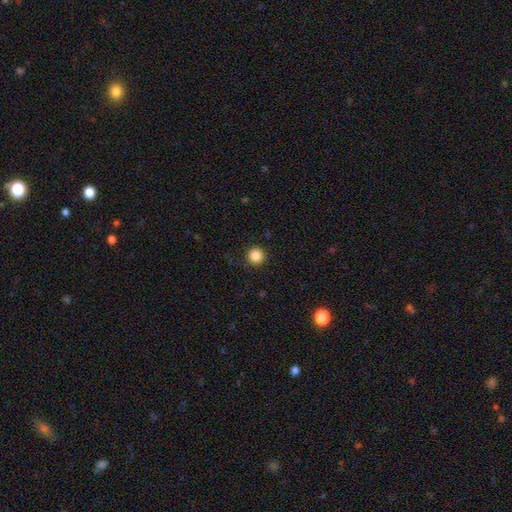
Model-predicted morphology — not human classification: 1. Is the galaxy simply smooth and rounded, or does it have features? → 86% smooth, 11% star or artifact, 4% featured or disk.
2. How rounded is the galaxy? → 96% round, 4% in between, 1% cigar-shaped.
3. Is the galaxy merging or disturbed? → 91% none, 6% minor disturbance, 2% major disturbance, 1% merger.